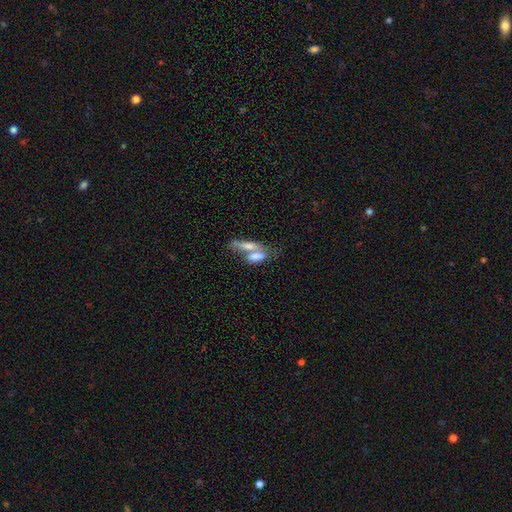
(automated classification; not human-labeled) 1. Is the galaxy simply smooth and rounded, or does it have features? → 67% smooth, 25% featured or disk, 8% star or artifact.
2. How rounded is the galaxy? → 63% in between, 33% cigar-shaped, 4% round.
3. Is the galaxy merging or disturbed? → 64% merger, 21% none, 8% minor disturbance, 6% major disturbance.